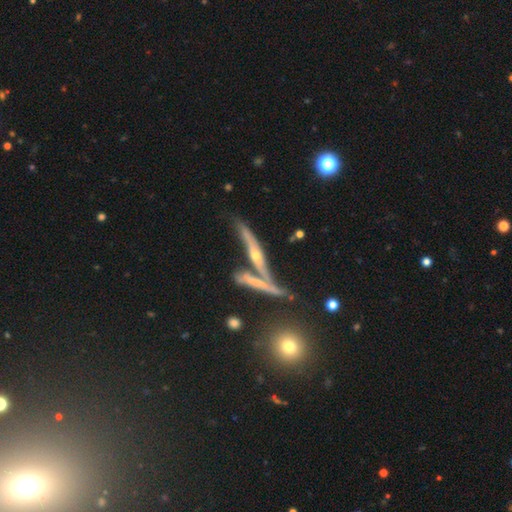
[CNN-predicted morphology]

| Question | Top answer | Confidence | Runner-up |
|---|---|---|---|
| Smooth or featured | featured or disk | 77% | smooth (15%) |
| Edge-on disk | yes | 88% | no (12%) |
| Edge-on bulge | rounded | 74% | none (20%) |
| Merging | none | 54% | merger (25%) |